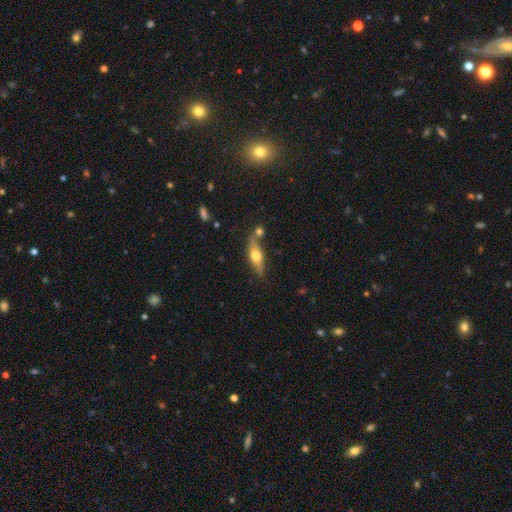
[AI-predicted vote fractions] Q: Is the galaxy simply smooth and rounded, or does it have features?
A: smooth — 51%.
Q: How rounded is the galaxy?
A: in between — 51%.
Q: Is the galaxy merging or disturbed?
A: none — 62%.